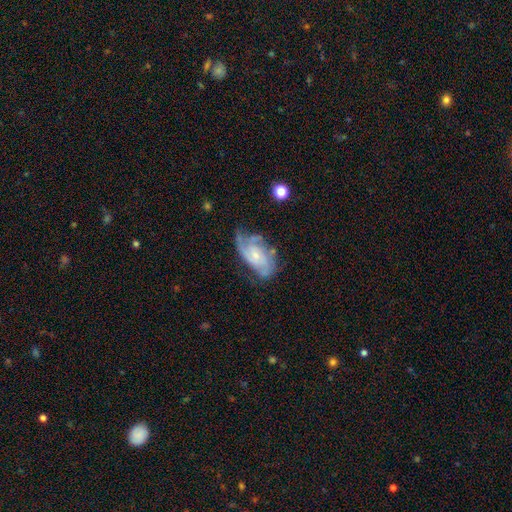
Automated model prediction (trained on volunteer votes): Morphology: type=featured or disk (80%); edge-on=no (96%); bar=no (66%); spiral arms=yes (92%); winding=medium (43%); arm count=2 (40%); bulge=small (68%); merging=none (51%).